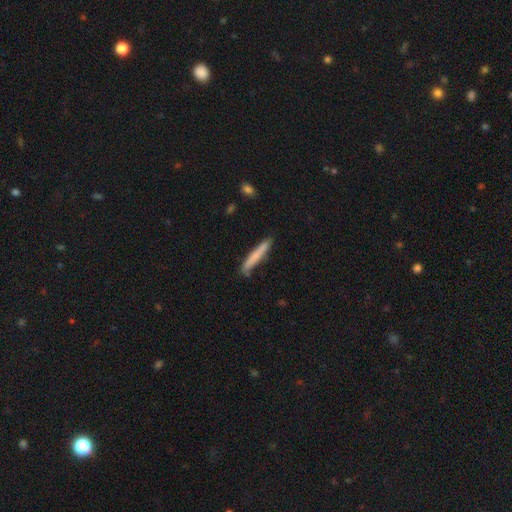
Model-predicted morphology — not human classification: Smooth or featured: smooth — 72% (featured or disk — 23%)
How rounded: cigar-shaped — 95% (in between — 3%)
Merging: none — 80% (minor disturbance — 16%)